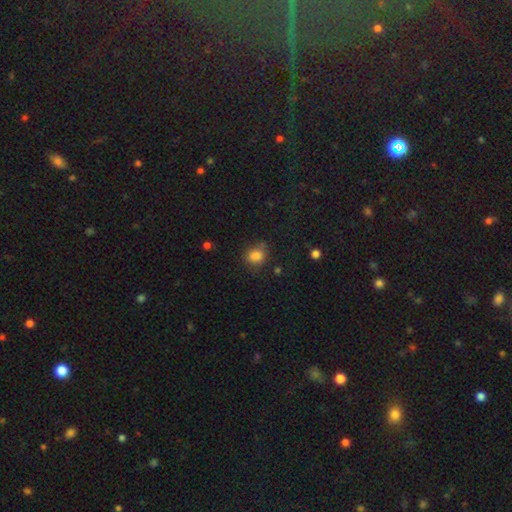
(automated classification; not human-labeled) Smooth or featured? Predicted: smooth (p=0.80). How rounded? Predicted: round (p=0.55). Merging? Predicted: none (p=0.66).